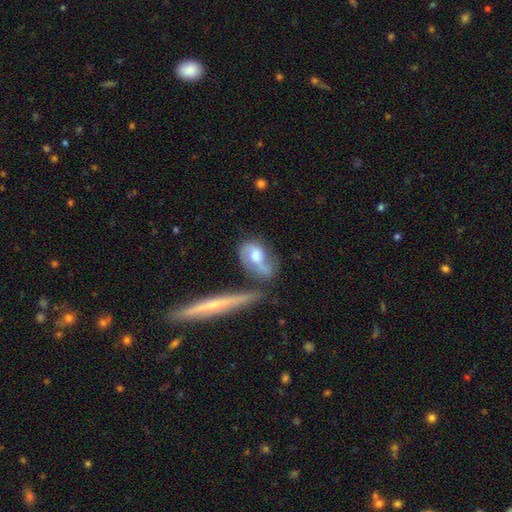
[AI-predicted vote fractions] Morphology: type=featured or disk (56%); edge-on=no (86%); merging=none (37%).